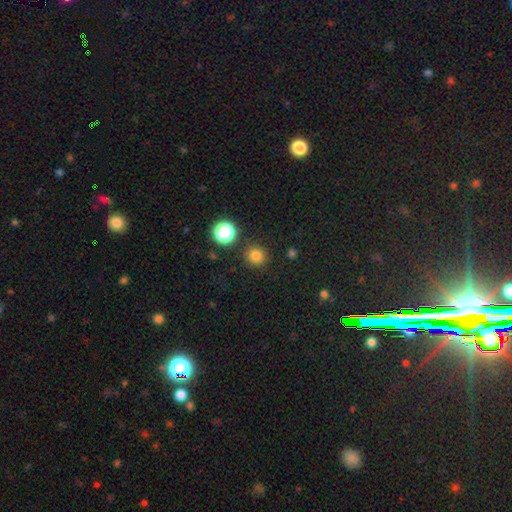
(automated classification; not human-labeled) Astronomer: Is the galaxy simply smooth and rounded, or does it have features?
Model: smooth — 80%.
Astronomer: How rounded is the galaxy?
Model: round — 93%.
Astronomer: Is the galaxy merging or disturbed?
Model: none — 88%.